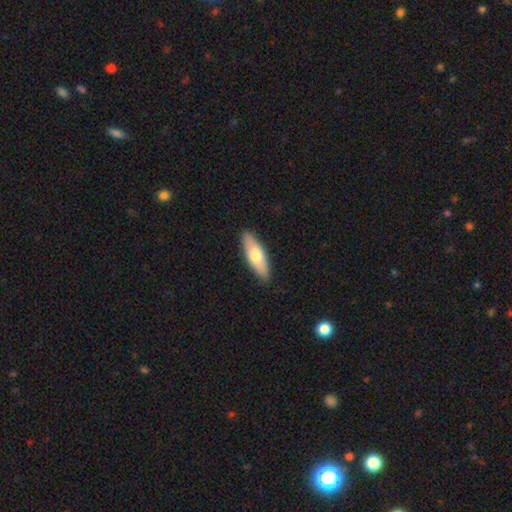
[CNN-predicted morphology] smooth-or-featured: smooth: 65% | featured or disk: 29% | star or artifact: 5%
  how-rounded: in between: 58% | cigar-shaped: 40% | round: 2%
  merging: none: 89% | minor disturbance: 9% | major disturbance: 2% | merger: 1%